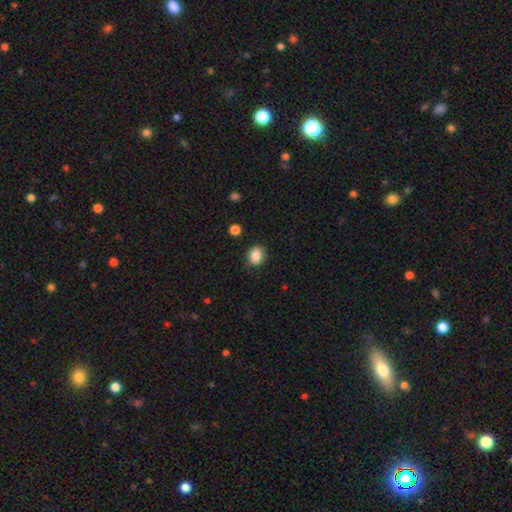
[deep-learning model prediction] The model was most divided on "how rounded": round: 64%, in between: 35%, cigar-shaped: 1%. More confident: smooth or featured — smooth (86%); merging — none (86%).